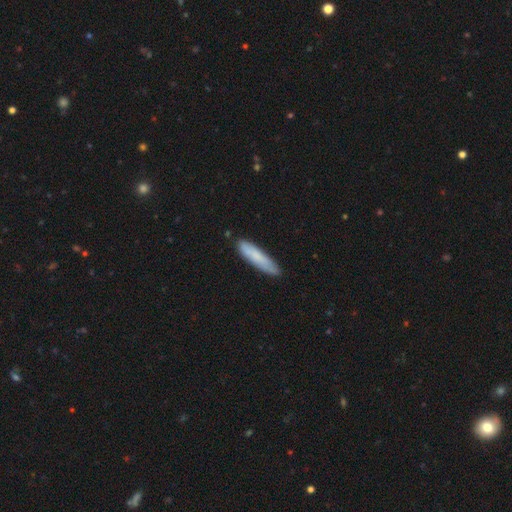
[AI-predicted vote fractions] A smooth galaxy with no disk features (75%) that is cigar-shaped (84%).

Vote fractions:
- Smooth or featured? smooth: 75% / featured or disk: 19% / star or artifact: 6%
- How rounded? cigar-shaped: 84% / in between: 14% / round: 1%
- Merging? none: 82% / minor disturbance: 14% / major disturbance: 2% / merger: 2%